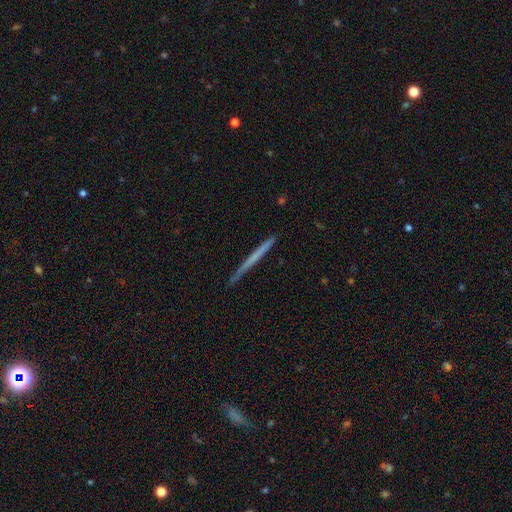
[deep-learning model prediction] A featured or disk galaxy (47%, tied with smooth). Merging: none (89%).